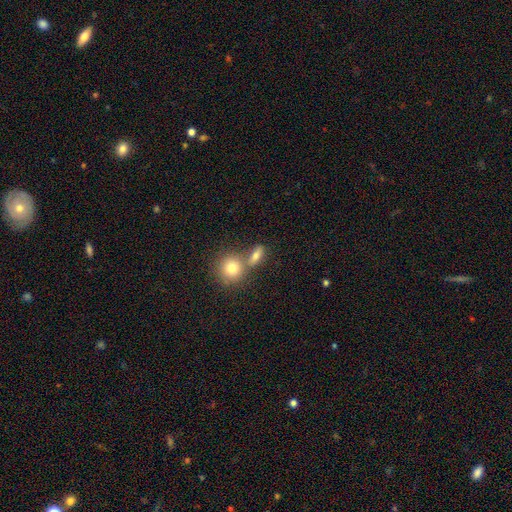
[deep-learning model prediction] smooth 71%, featured or disk 18%, star or artifact 11%. Down the decision tree: how rounded — in between (53%); merging — none (56%).